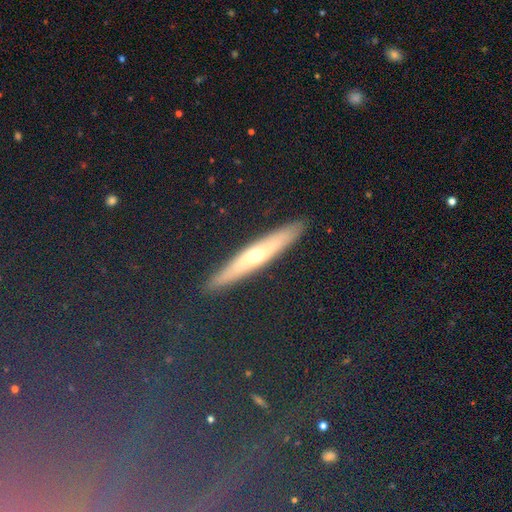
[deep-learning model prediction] Morphology: type=featured or disk (47%); merging=none (91%).